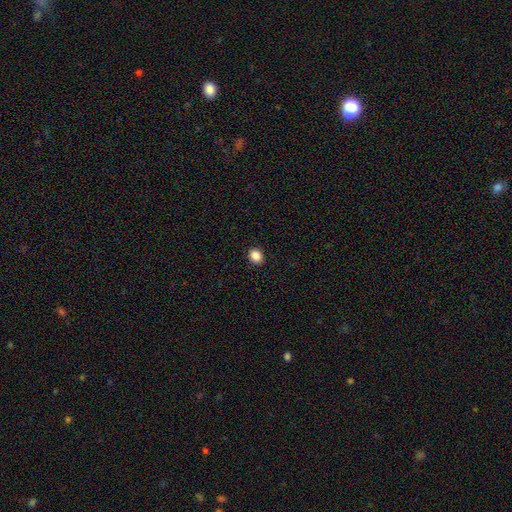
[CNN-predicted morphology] Overall: smooth (88%). How rounded: round (55%; in between 44%). Merging: none (92%).